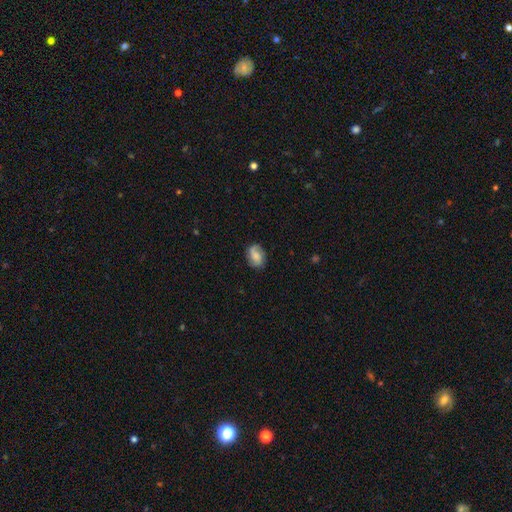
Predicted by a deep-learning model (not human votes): smooth-or-featured: smooth: 51% | featured or disk: 41% | star or artifact: 9%
  how-rounded: in between: 67% | round: 31% | cigar-shaped: 2%
  merging: none: 75% | minor disturbance: 18% | major disturbance: 5% | merger: 1%